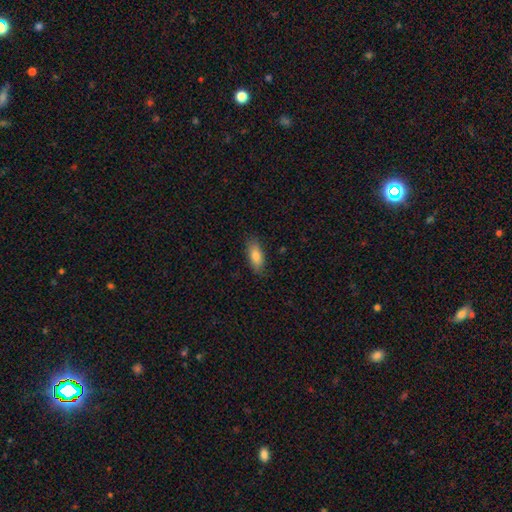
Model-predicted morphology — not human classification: This appears to be a smooth galaxy with no disk features (81%) that is in between round and cigar-shaped (78%). Merging: none (83%).